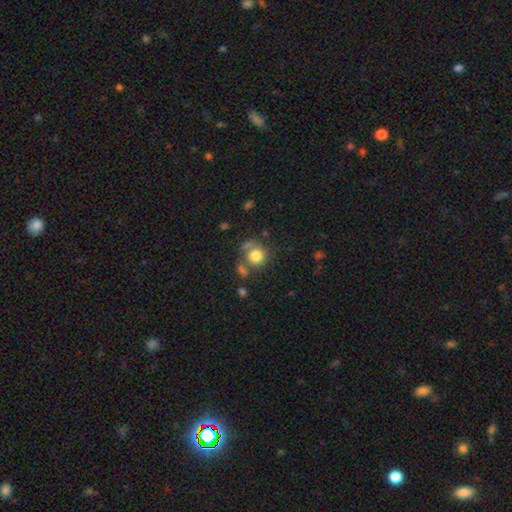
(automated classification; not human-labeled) Q: Smooth or featured?
A: smooth (80%); runner-up: star or artifact (11%)
Q: How rounded?
A: round (87%); runner-up: in between (12%)
Q: Merging?
A: none (59%); runner-up: merger (18%)